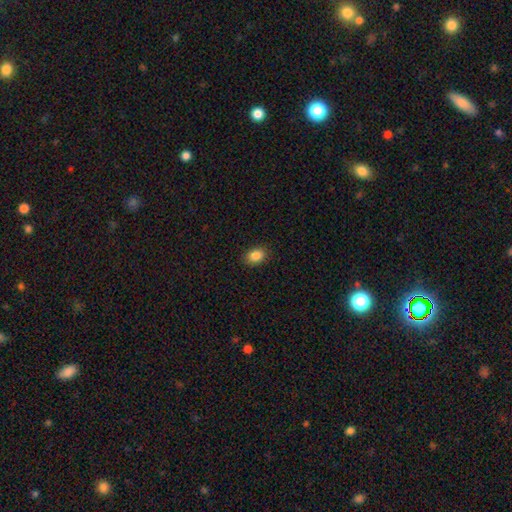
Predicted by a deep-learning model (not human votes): smooth-or-featured: smooth: 87% | star or artifact: 9% | featured or disk: 4%
  how-rounded: in between: 75% | round: 24% | cigar-shaped: 1%
  merging: none: 88% | minor disturbance: 9% | major disturbance: 2% | merger: 1%